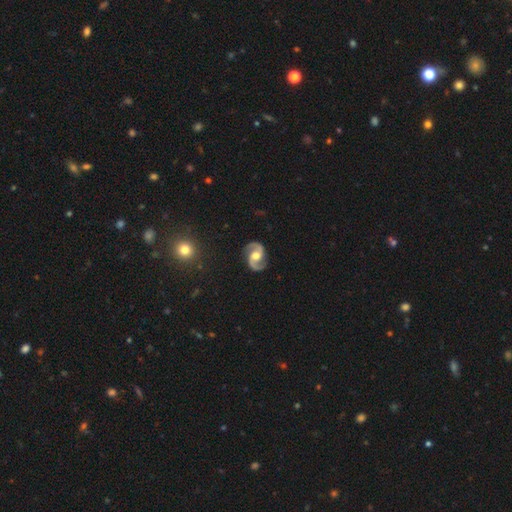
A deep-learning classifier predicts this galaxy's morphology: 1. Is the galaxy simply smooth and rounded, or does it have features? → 93% featured or disk, 4% star or artifact, 3% smooth.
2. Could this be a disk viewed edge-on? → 98% no, 2% yes.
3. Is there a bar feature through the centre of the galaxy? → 50% no, 36% weak, 14% strong.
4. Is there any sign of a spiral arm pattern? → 98% yes, 2% no.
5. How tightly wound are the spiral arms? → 60% medium, 25% loose, 15% tight.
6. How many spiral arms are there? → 95% 2, 1% can't tell, 1% 1, 1% 3, 1% 4, 1% more than 4.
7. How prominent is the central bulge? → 74% moderate, 12% small, 11% large, 2% none, 1% dominant.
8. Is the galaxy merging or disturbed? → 87% none, 9% minor disturbance, 3% major disturbance, 1% merger.